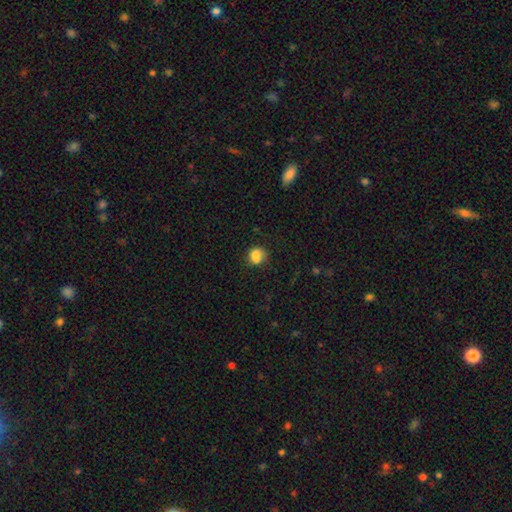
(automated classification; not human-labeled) The model was most divided on "merging": none: 48%, merger: 26%, minor disturbance: 20%, major disturbance: 7%. More confident: smooth or featured — smooth (77%); how rounded — round (69%).